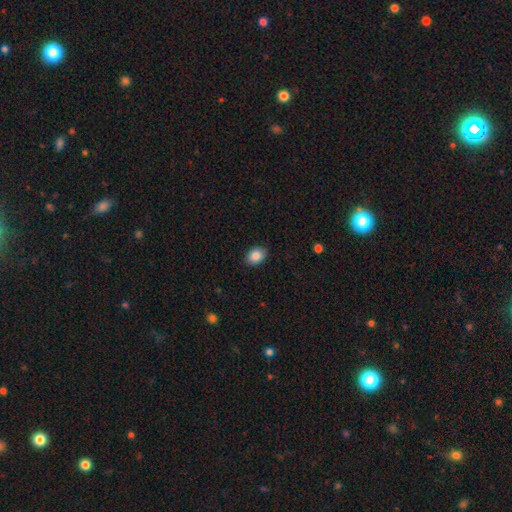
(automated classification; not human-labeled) The model was most divided on "how rounded": in between: 71%, round: 28%, cigar-shaped: 1%. More confident: merging — none (89%); smooth or featured — smooth (87%).